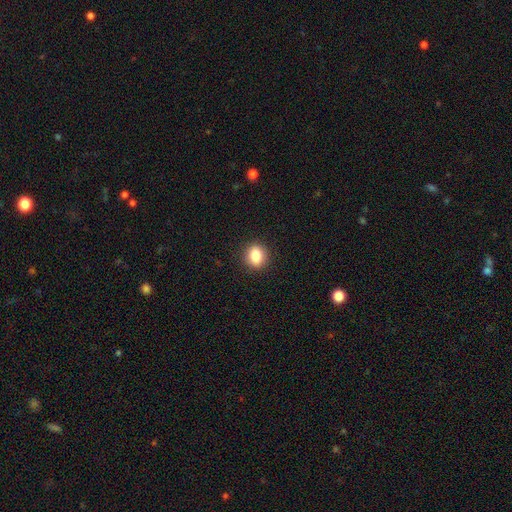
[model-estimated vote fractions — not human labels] Smooth or featured? smooth (85%)
How rounded? round (57%)
Merging? none (90%)